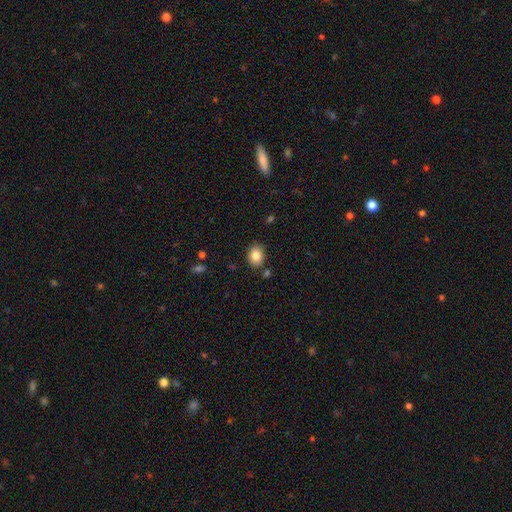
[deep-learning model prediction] This appears to be a smooth galaxy with no disk features (84%) that is in between round and cigar-shaped (57%). Merging: none (84%).